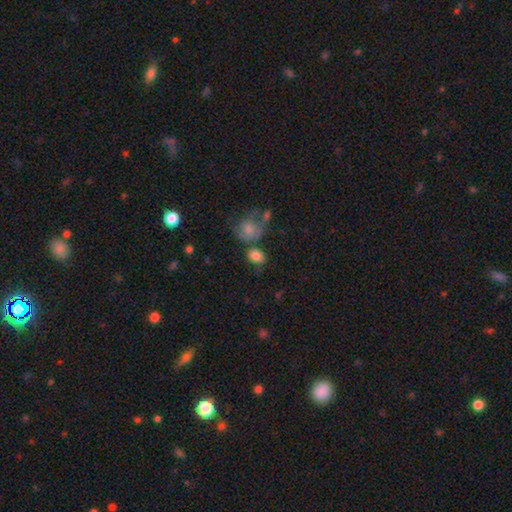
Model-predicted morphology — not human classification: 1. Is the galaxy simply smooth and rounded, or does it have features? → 81% smooth, 10% featured or disk, 9% star or artifact.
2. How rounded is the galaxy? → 53% in between, 45% round, 1% cigar-shaped.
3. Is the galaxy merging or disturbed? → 52% none, 19% minor disturbance, 19% merger, 10% major disturbance.